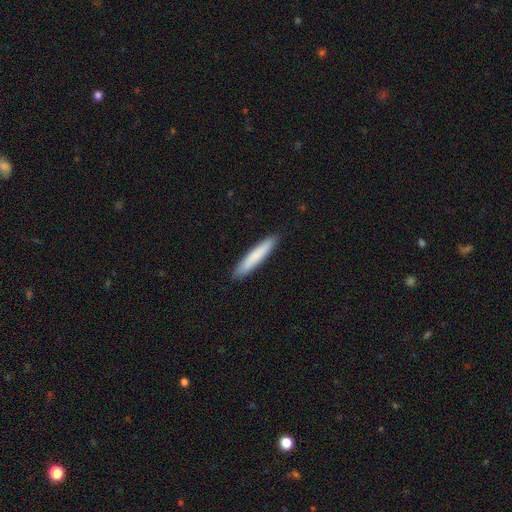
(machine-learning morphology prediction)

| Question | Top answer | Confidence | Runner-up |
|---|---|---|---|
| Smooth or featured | smooth | 80% | featured or disk (15%) |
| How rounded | cigar-shaped | 93% | in between (6%) |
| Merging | none | 91% | minor disturbance (7%) |